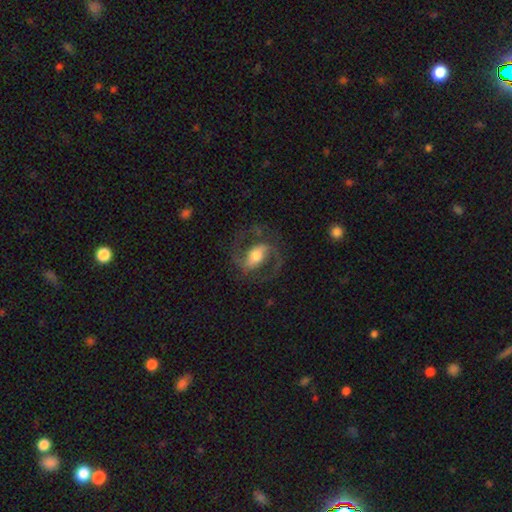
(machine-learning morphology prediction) Overall: featured or disk (81%). Edge-on disk: no (95%). Bar: strong (49%; weak 34%). Spiral arms: yes (91%). Spiral arm count: 2 (91%). Spiral winding: medium (57%; loose 26%). Bulge size: moderate (62%). Merging: none (74%).